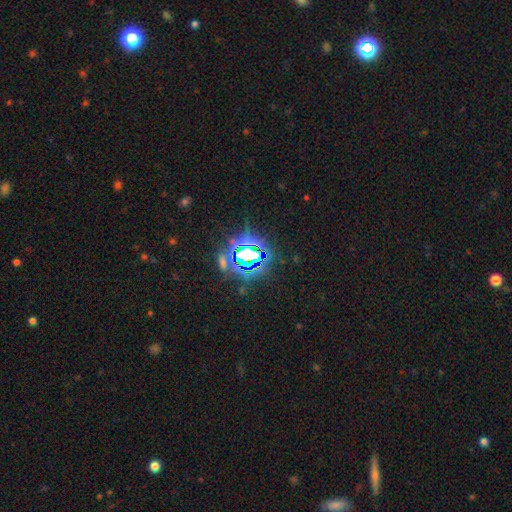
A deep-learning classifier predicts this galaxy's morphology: Smooth or featured? Predicted: star or artifact (p=0.79).